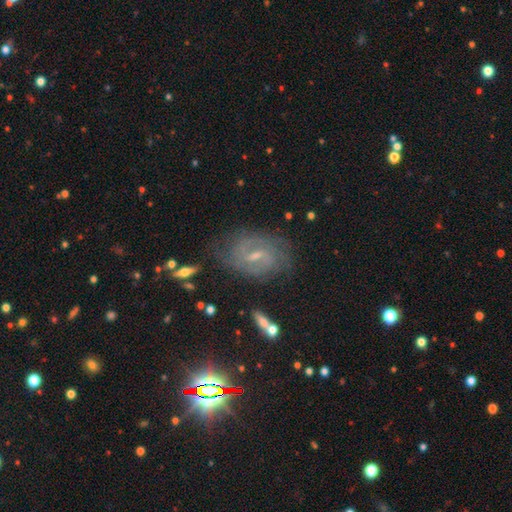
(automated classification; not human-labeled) featured or disk 77%, star or artifact 12%, smooth 11%. Down the decision tree: edge-on disk — no (96%); bar — weak (60%); spiral arms — yes (93%); spiral arm count — 2 (69%); spiral winding — medium (44%); bulge size — small (59%); merging — none (73%).